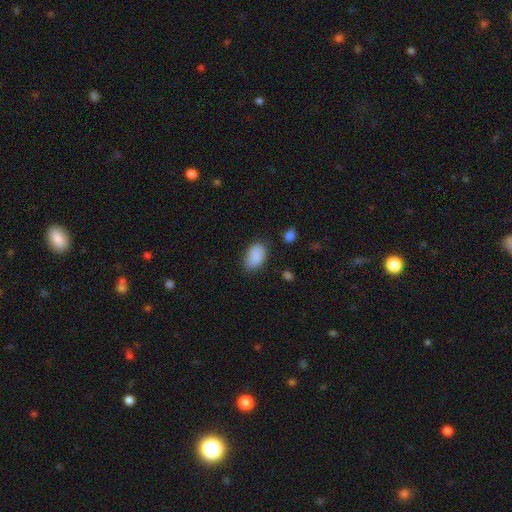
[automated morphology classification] Smooth or featured? smooth (88%)
How rounded? in between (90%)
Merging? none (77%)